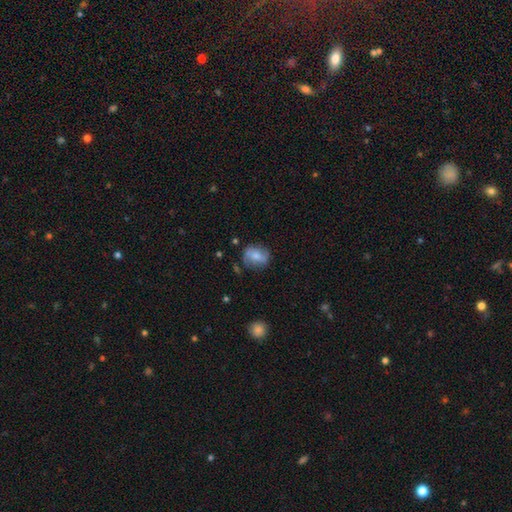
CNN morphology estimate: This appears to be a smooth galaxy with no disk features (55%) that is round (57%). Merging: none (69%).